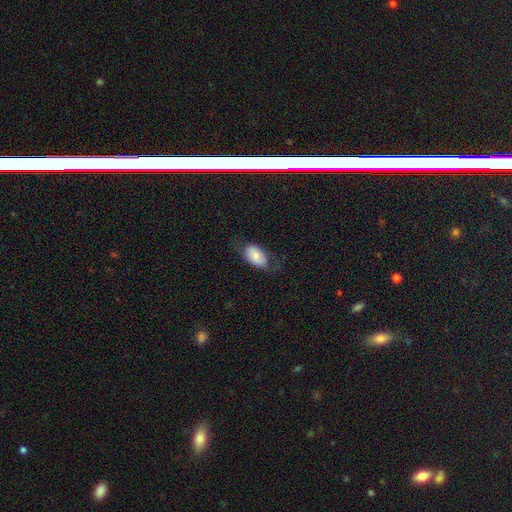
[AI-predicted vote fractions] A smooth galaxy with no disk features (71%) that is in between round and cigar-shaped (93%). Merging: none (62%).